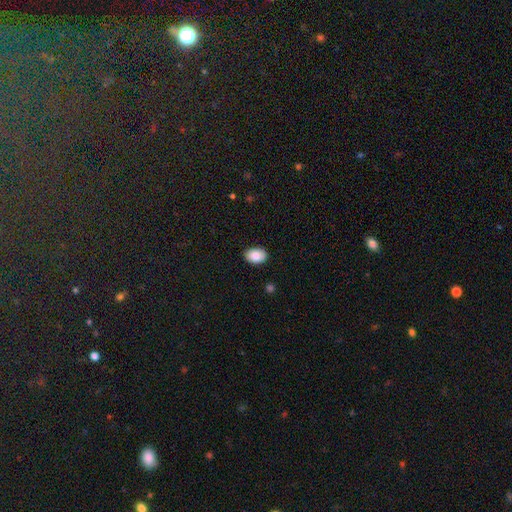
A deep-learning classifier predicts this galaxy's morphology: A smooth galaxy with no disk features (89%) that is in between round and cigar-shaped (84%).

Vote fractions:
- Smooth or featured? smooth: 89% / star or artifact: 7% / featured or disk: 4%
- How rounded? in between: 84% / round: 15% / cigar-shaped: 1%
- Merging? none: 87% / minor disturbance: 10% / major disturbance: 2% / merger: 1%